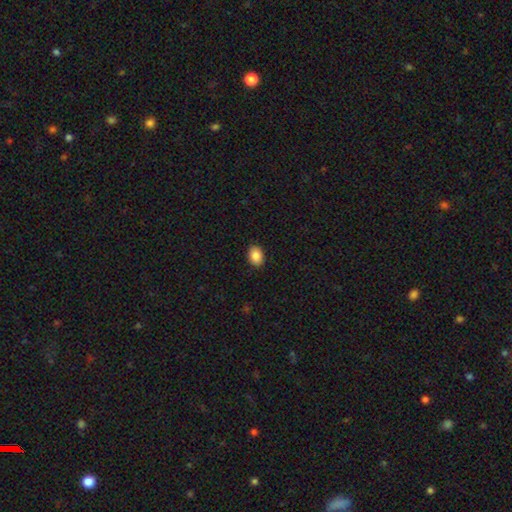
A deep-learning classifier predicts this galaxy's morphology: Overall: smooth (88%). How rounded: in between (75%). Merging: none (90%).